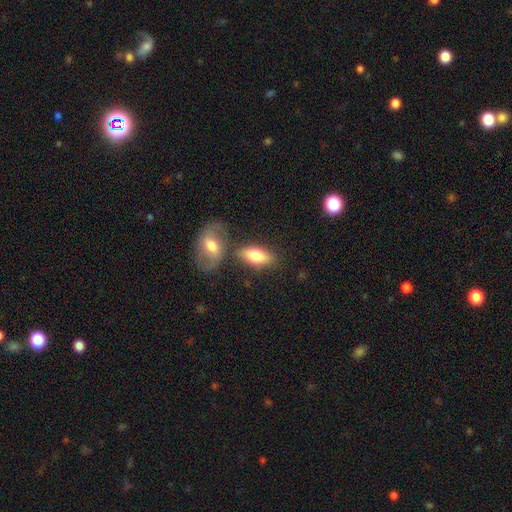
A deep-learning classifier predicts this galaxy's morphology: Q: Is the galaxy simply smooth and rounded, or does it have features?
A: smooth — 74%.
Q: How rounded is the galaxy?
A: in between — 85%.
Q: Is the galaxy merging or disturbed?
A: none — 64%.